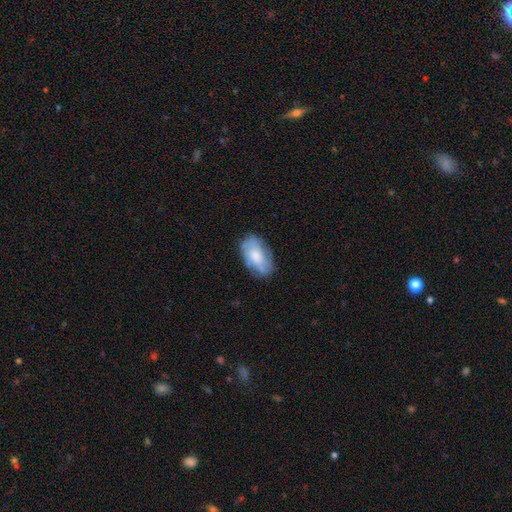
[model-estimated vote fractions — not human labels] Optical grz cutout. It shows a smooth galaxy with no disk features (57%) that is in between round and cigar-shaped (93%). Merging: none (72%).